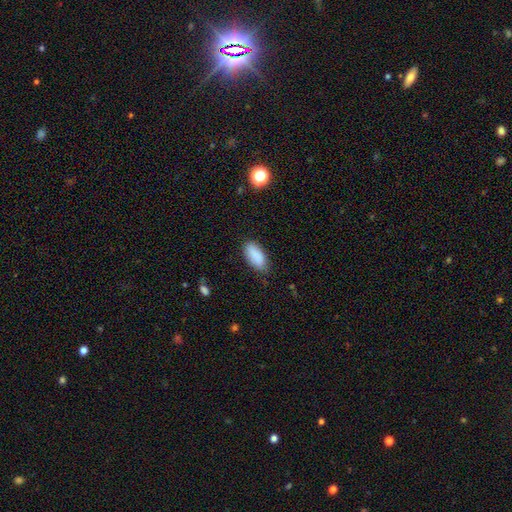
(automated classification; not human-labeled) Q: Smooth or featured?
A: smooth (88%); runner-up: star or artifact (7%)
Q: How rounded?
A: in between (89%); runner-up: cigar-shaped (9%)
Q: Merging?
A: none (78%); runner-up: minor disturbance (17%)